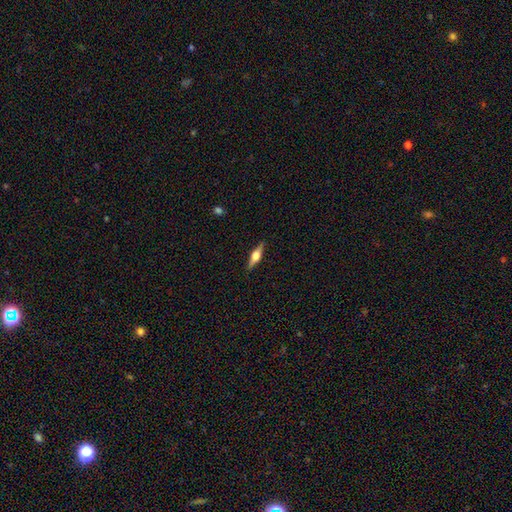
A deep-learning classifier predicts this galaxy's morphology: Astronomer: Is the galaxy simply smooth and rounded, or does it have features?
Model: featured or disk — 64%.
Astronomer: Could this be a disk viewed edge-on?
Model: yes — 96%.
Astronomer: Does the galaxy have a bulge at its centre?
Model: rounded — 93%.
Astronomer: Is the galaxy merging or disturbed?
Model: none — 89%.